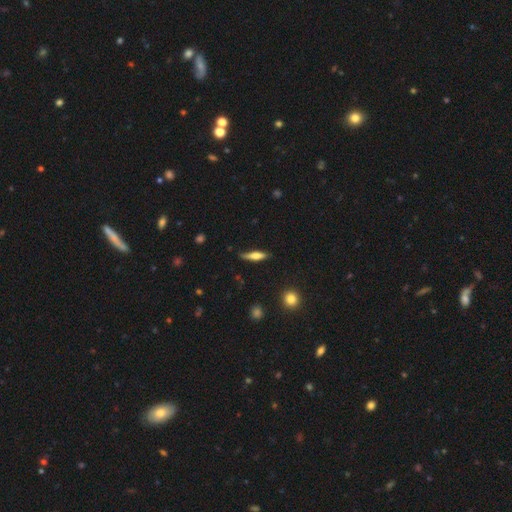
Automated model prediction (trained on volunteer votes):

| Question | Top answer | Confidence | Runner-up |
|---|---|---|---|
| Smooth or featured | smooth | 54% | featured or disk (39%) |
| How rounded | cigar-shaped | 75% | in between (23%) |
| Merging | none | 79% | minor disturbance (16%) |